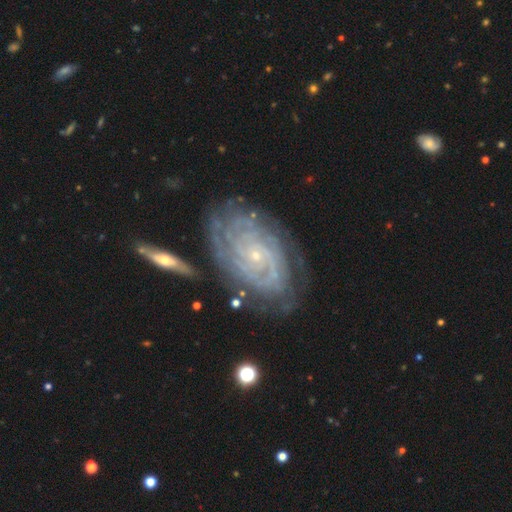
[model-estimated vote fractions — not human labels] Q: Smooth or featured?
A: featured or disk (89%); runner-up: star or artifact (6%)
Q: Edge-on disk?
A: no (96%); runner-up: yes (4%)
Q: Bar?
A: no (78%); runner-up: weak (16%)
Q: Spiral arms?
A: yes (97%); runner-up: no (3%)
Q: Spiral winding?
A: tight (83%); runner-up: medium (14%)
Q: Spiral arm count?
A: can't tell (30%); runner-up: 4 (19%)
Q: Bulge size?
A: small (86%); runner-up: moderate (10%)
Q: Merging?
A: none (72%); runner-up: minor disturbance (17%)